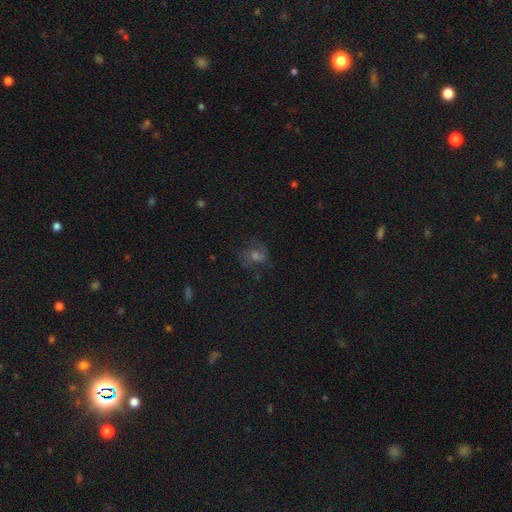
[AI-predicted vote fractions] smooth_or_featured: featured or disk (p=0.48) [alt: star or artifact p=0.26]
merging: none (p=0.68) [alt: minor disturbance p=0.17]